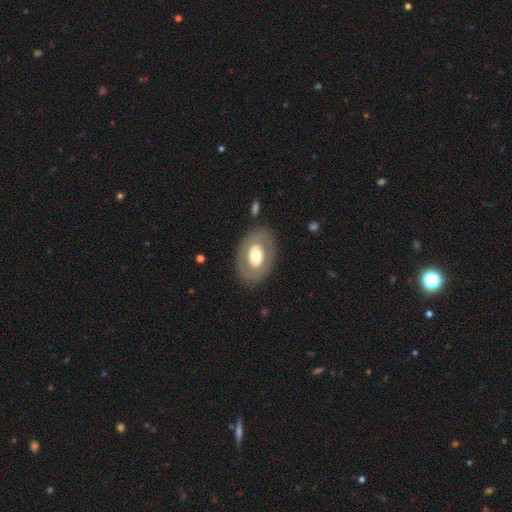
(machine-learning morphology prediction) Smooth or featured? Predicted: smooth (p=0.48). Merging? Predicted: none (p=0.82).